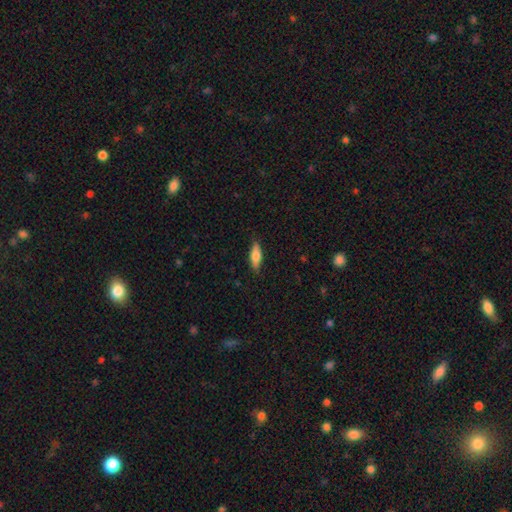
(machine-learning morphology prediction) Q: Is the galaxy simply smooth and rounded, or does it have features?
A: smooth — 70%.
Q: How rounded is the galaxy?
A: in between — 59%.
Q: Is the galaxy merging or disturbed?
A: none — 84%.